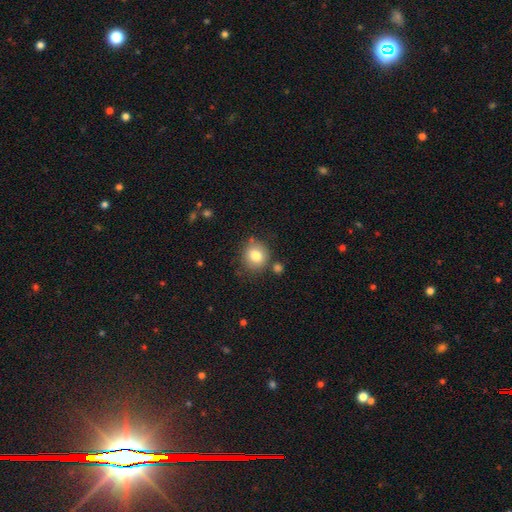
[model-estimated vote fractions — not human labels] smooth_or_featured: smooth (p=0.80) [alt: featured or disk p=0.11]
how_rounded: round (p=0.83) [alt: in between p=0.16]
merging: none (p=0.77) [alt: minor disturbance p=0.13]